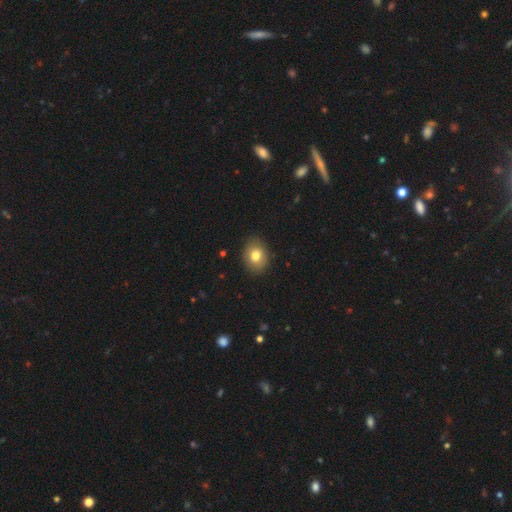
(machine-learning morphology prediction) The model was most divided on "how rounded": in between: 57%, round: 42%, cigar-shaped: 1%. More confident: merging — none (86%); smooth or featured — smooth (79%).